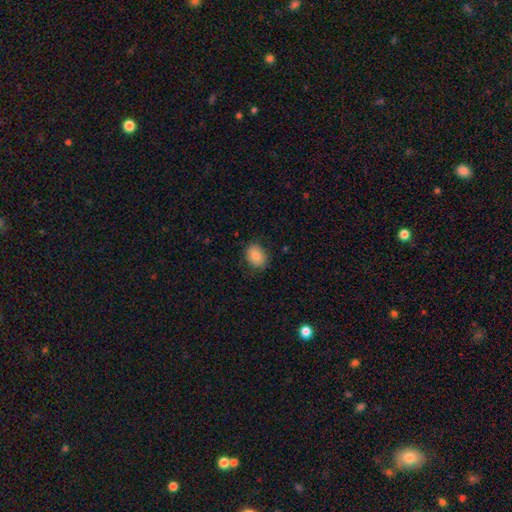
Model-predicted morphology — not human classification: This is clearly a smooth galaxy (85%). How rounded: possibly in between (57%). Merging: clearly none (84%).